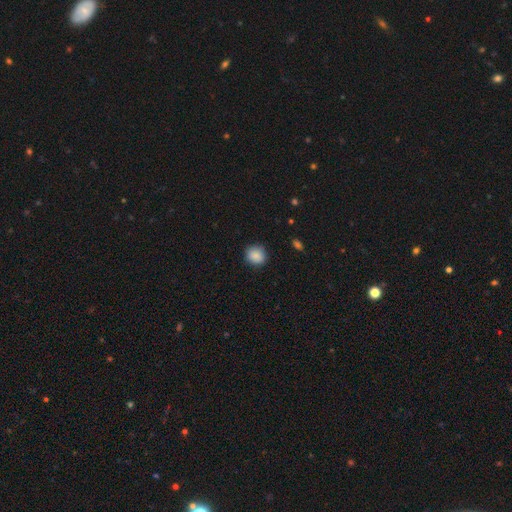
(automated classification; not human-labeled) Overall: smooth (87%). How rounded: round (86%). Merging: none (87%).